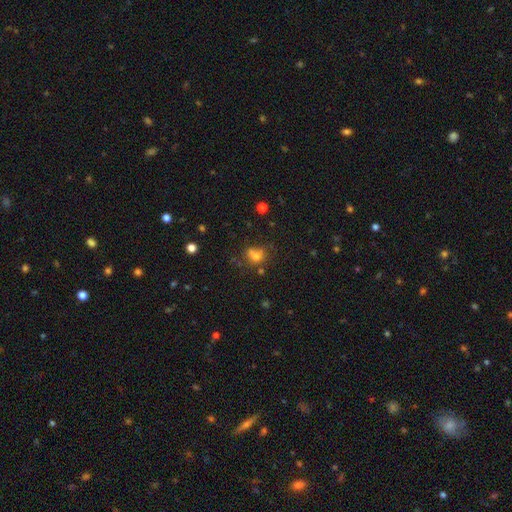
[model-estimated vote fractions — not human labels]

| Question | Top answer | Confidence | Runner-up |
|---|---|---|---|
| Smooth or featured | smooth | 68% | star or artifact (18%) |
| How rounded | round | 66% | in between (33%) |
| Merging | none | 43% | merger (32%) |